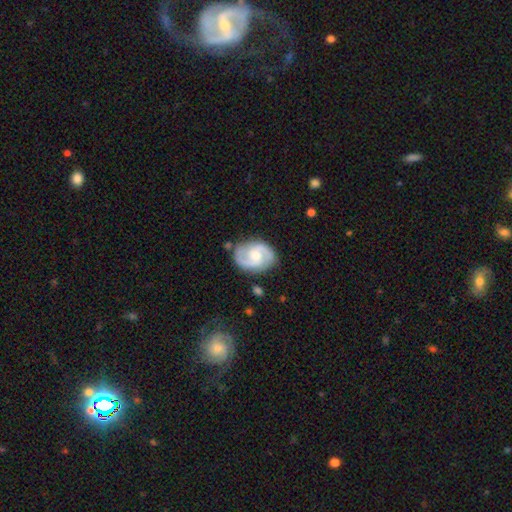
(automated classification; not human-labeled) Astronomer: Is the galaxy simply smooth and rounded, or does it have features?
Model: featured or disk — 84%.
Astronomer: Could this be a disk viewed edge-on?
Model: no — 98%.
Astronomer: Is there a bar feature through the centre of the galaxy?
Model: no — 50% (runner-up: weak, 42%).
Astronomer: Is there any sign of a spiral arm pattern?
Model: yes — 96%.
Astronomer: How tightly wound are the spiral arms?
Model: medium — 56%.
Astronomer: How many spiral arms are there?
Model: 2 — 91%.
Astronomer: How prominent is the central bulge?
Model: moderate — 58% (runner-up: small, 36%).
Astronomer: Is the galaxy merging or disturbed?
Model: none — 79%.